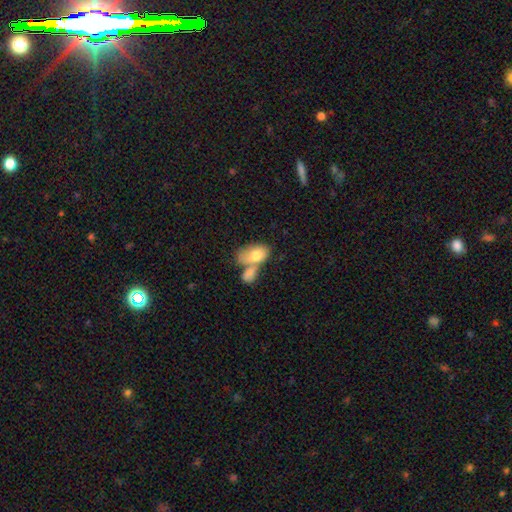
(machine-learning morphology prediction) Smooth or featured? smooth (75%)
How rounded? in between (91%)
Merging? merger (57%)